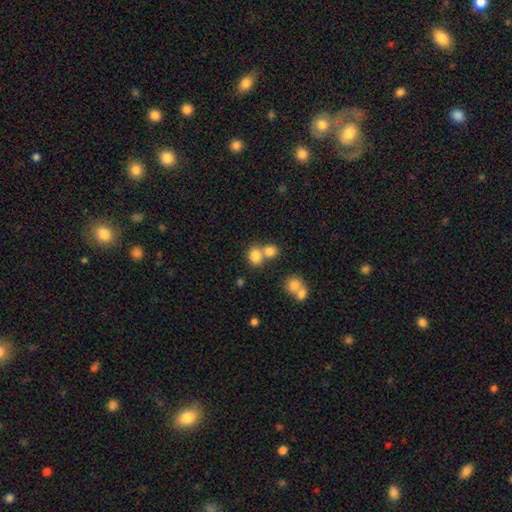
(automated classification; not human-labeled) A smooth galaxy with no disk features (80%) that is round (63%). Merging: none (47%).